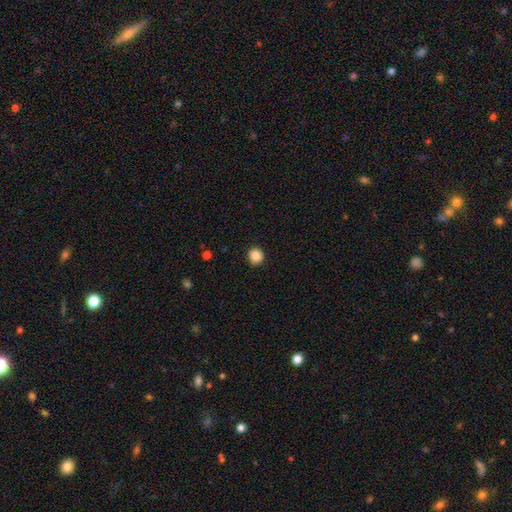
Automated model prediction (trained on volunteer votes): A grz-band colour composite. It shows a smooth galaxy with no disk features (88%) that is round (88%). Merging: none (90%).